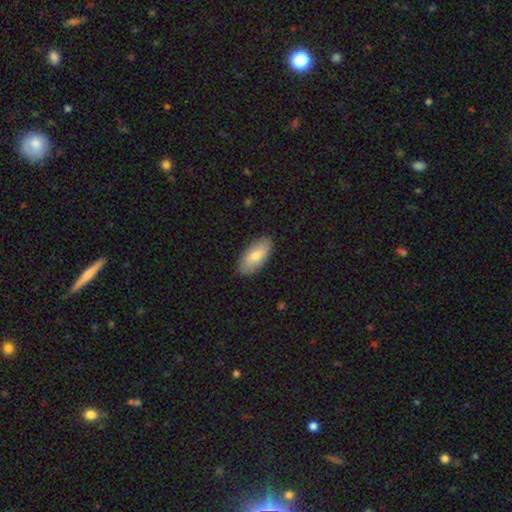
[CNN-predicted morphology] Smooth or featured? smooth (75%)
How rounded? in between (92%)
Merging? none (87%)